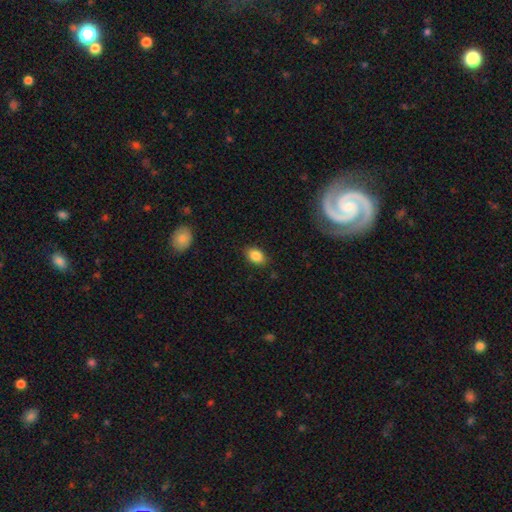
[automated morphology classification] smooth-or-featured: smooth: 86% | star or artifact: 8% | featured or disk: 6%
  how-rounded: in between: 83% | round: 15% | cigar-shaped: 1%
  merging: none: 85% | minor disturbance: 11% | major disturbance: 2% | merger: 1%